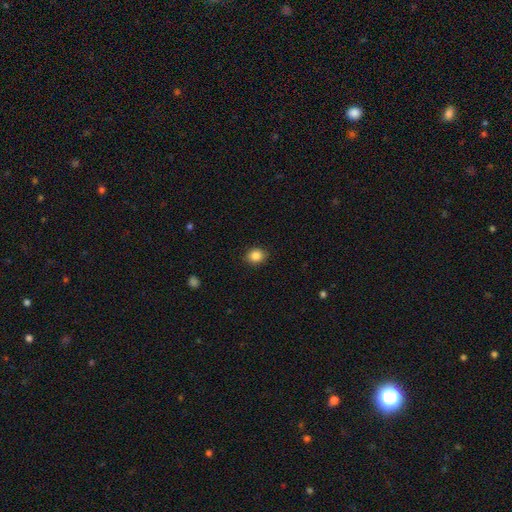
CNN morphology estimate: A smooth galaxy with no disk features (86%) that is round (57%).

Vote fractions:
- Smooth or featured? smooth: 86% / star or artifact: 10% / featured or disk: 5%
- How rounded? round: 57% / in between: 42% / cigar-shaped: 1%
- Merging? none: 88% / minor disturbance: 9% / major disturbance: 2% / merger: 1%